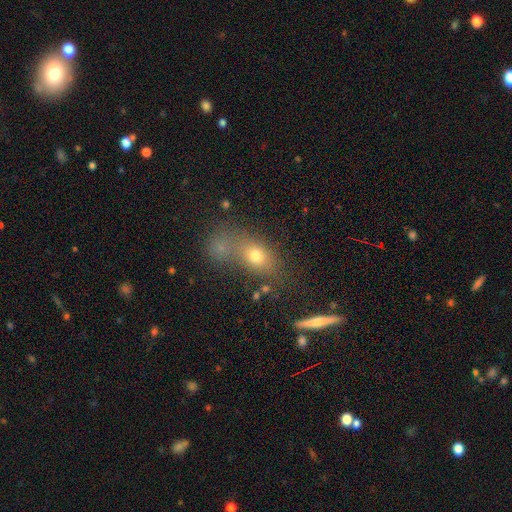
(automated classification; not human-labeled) smooth_or_featured: smooth (p=0.67) [alt: featured or disk p=0.17]
how_rounded: in between (p=0.66) [alt: round p=0.28]
merging: none (p=0.45) [alt: merger p=0.34]